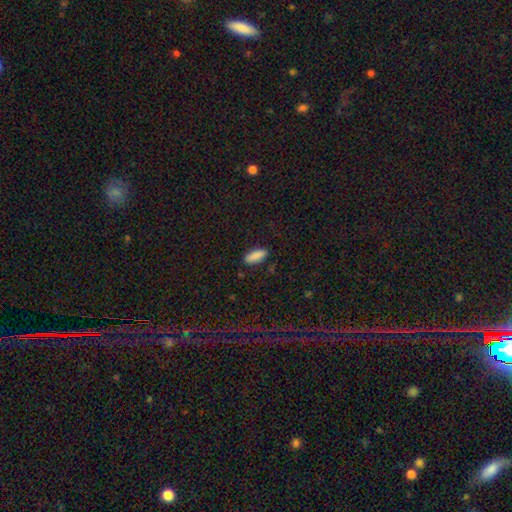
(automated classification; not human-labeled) Smooth or featured? Predicted: smooth (p=0.89). How rounded? Predicted: in between (p=0.72). Merging? Predicted: none (p=0.87).